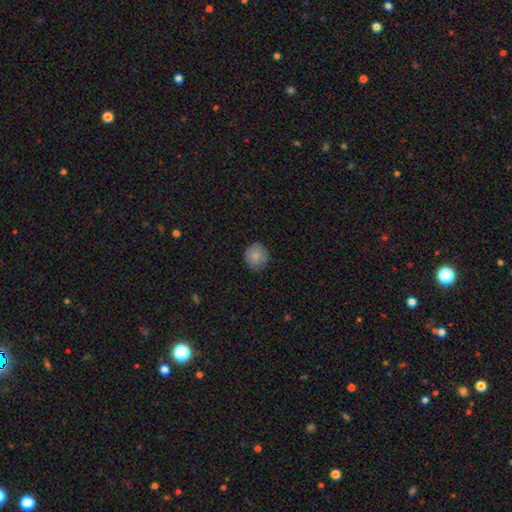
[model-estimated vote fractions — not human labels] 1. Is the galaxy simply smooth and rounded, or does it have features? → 86% smooth, 8% star or artifact, 6% featured or disk.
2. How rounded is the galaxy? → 92% round, 7% in between, 1% cigar-shaped.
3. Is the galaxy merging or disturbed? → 87% none, 10% minor disturbance, 2% major disturbance, 1% merger.